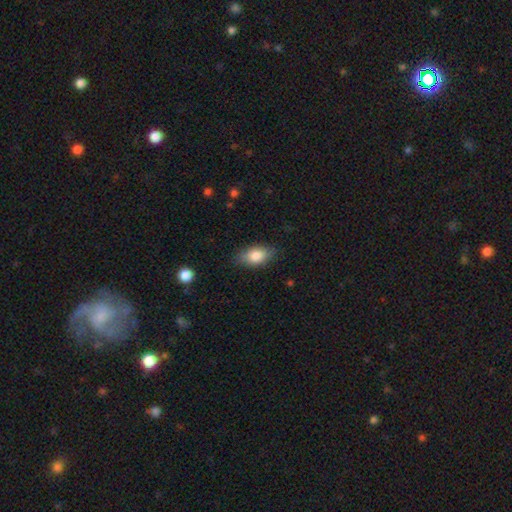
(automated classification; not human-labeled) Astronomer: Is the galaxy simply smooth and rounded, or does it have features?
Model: smooth — 82%.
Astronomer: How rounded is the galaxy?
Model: in between — 89%.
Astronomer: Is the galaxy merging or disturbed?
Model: none — 79%.